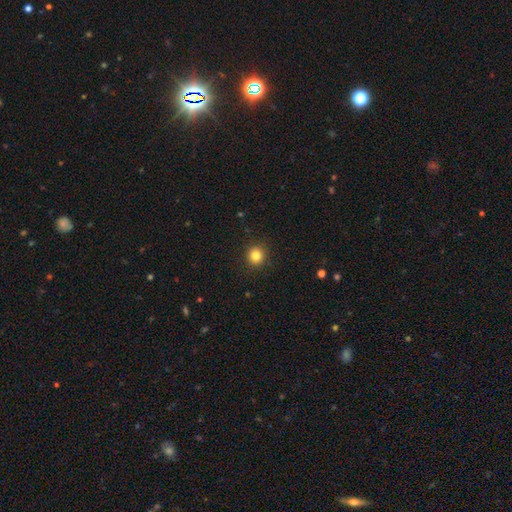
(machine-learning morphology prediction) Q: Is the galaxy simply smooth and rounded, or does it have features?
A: smooth — 83%.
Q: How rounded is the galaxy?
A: round — 92%.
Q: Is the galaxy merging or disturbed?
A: none — 92%.